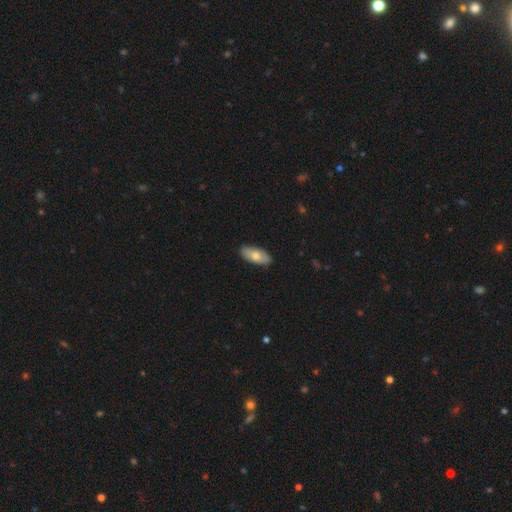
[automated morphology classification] This appears to be a smooth galaxy with no disk features (72%) that is in between round and cigar-shaped (87%). Merging: none (88%).